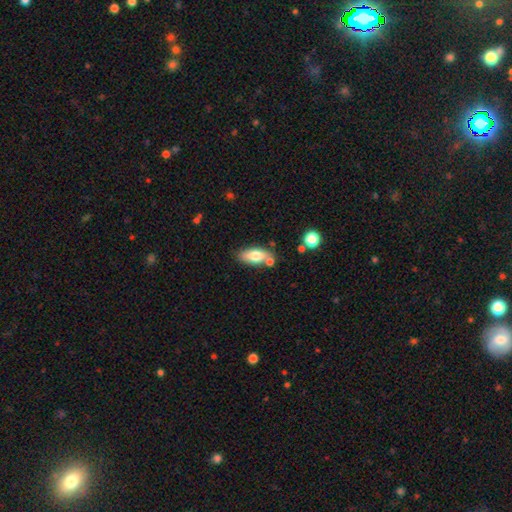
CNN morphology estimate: Smooth or featured?
  - smooth: 72% *
  - featured or disk: 21%
  - star or artifact: 7%
How rounded?
  - in between: 82% *
  - cigar-shaped: 15%
  - round: 3%
Merging?
  - none: 65% *
  - minor disturbance: 16%
  - merger: 14%
  - major disturbance: 4%